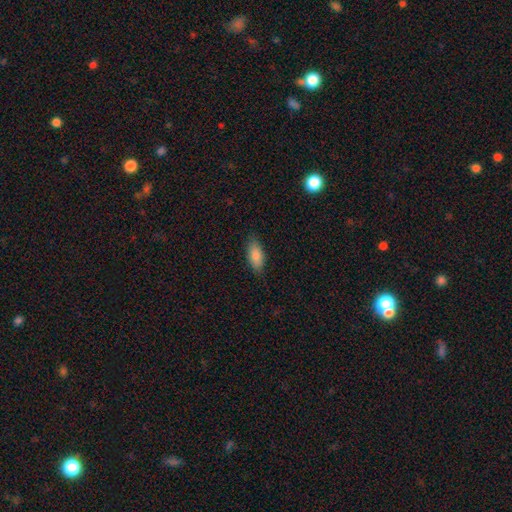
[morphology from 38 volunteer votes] Smooth or featured? 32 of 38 (84%) said smooth. How rounded? 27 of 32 (84%) said in between. Merging? 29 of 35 (83%) said none.